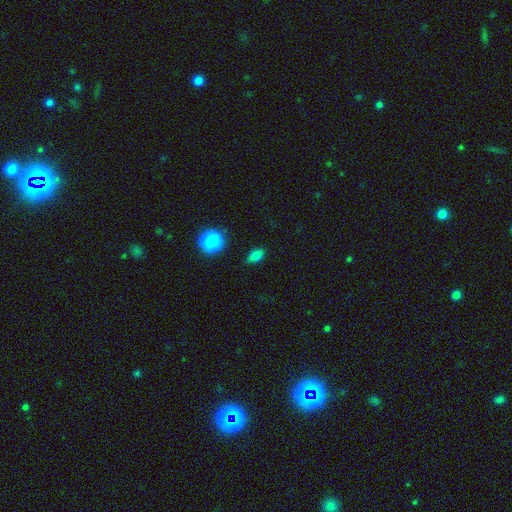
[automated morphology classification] Smooth or featured: smooth — 81% (star or artifact — 12%)
How rounded: in between — 80% (round — 14%)
Merging: none — 85% (minor disturbance — 11%)